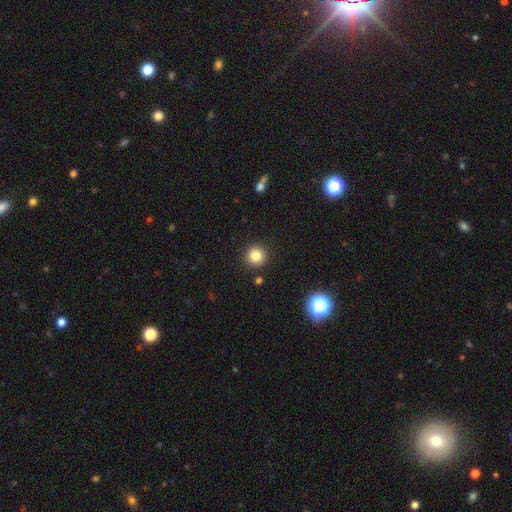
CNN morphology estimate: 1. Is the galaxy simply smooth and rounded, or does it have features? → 83% smooth, 12% star or artifact, 5% featured or disk.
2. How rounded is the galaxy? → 94% round, 5% in between, 1% cigar-shaped.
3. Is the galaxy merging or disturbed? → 91% none, 5% minor disturbance, 2% major disturbance, 2% merger.